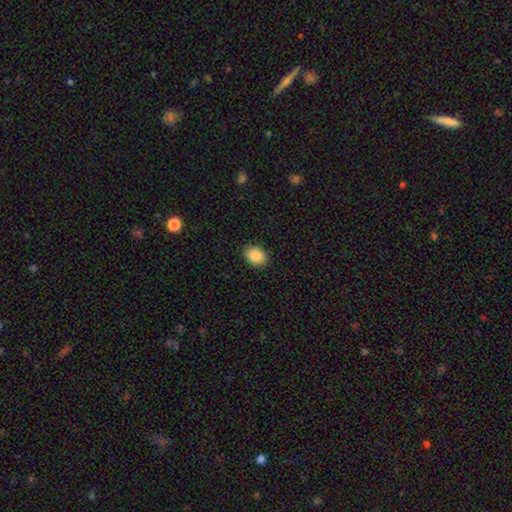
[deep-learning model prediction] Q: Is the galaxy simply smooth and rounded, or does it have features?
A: smooth — 88%.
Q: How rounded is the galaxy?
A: in between — 70%.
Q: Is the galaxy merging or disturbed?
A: none — 89%.